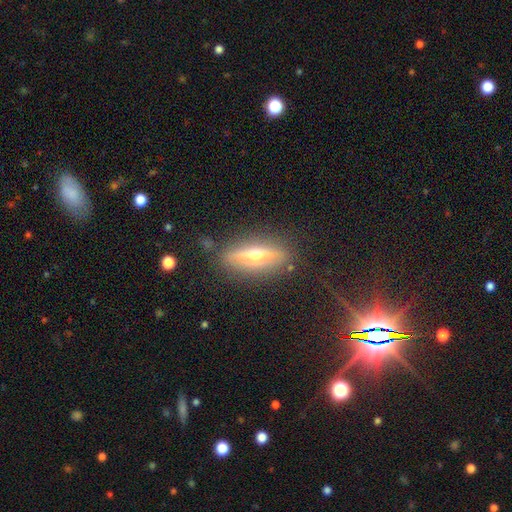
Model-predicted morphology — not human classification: Smooth or featured: featured or disk — 63% (smooth — 28%)
Edge-on disk: yes — 86% (no — 14%)
Edge-on bulge: rounded — 95% (boxy — 3%)
Merging: none — 83% (minor disturbance — 11%)